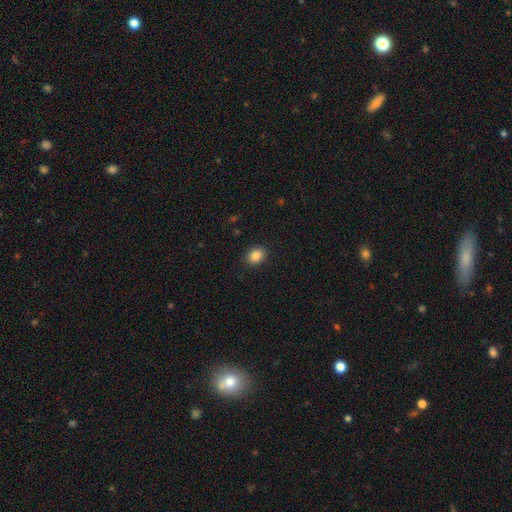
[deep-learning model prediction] Morphology: type=smooth (86%); roundness=in between (50%); merging=none (89%).